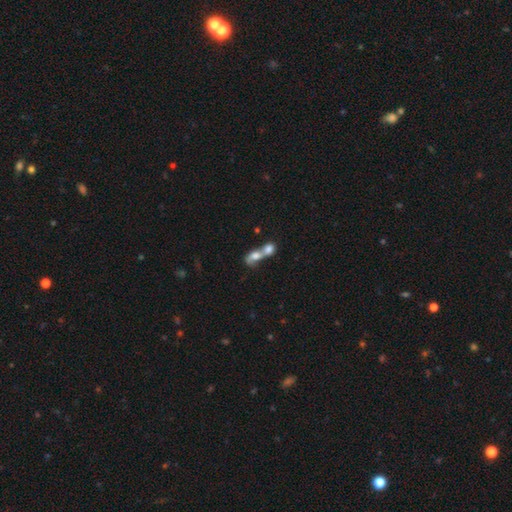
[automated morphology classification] Smooth or featured? smooth (65%)
How rounded? in between (59%)
Merging? merger (81%)